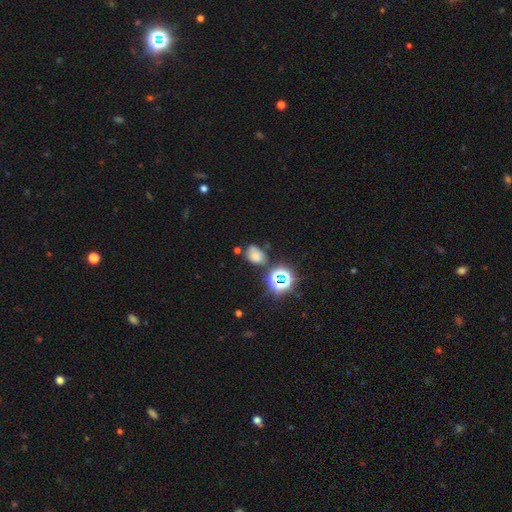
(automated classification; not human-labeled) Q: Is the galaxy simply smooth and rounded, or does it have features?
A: smooth — 53%.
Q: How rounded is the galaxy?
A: in between — 67%.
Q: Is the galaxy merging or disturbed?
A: none — 51%.